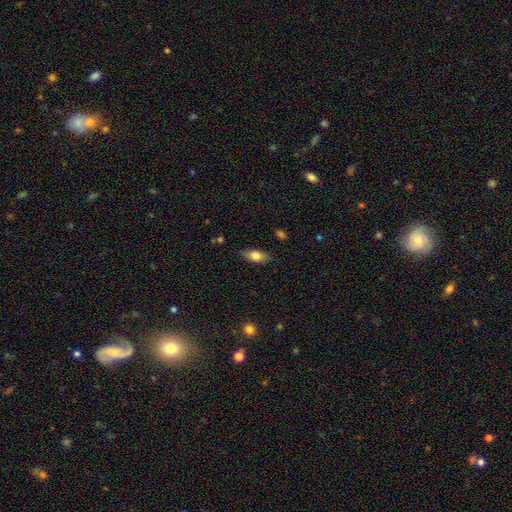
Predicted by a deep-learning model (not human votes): Smooth or featured?
  - smooth: 74% *
  - featured or disk: 19%
  - star or artifact: 7%
How rounded?
  - in between: 81% *
  - cigar-shaped: 15%
  - round: 3%
Merging?
  - none: 85% *
  - minor disturbance: 11%
  - major disturbance: 2%
  - merger: 1%